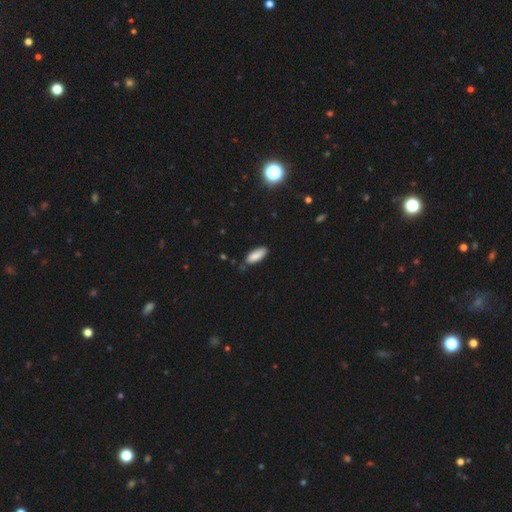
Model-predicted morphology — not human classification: Smooth or featured? Predicted: smooth (p=0.87). How rounded? Predicted: in between (p=0.75). Merging? Predicted: none (p=0.76).